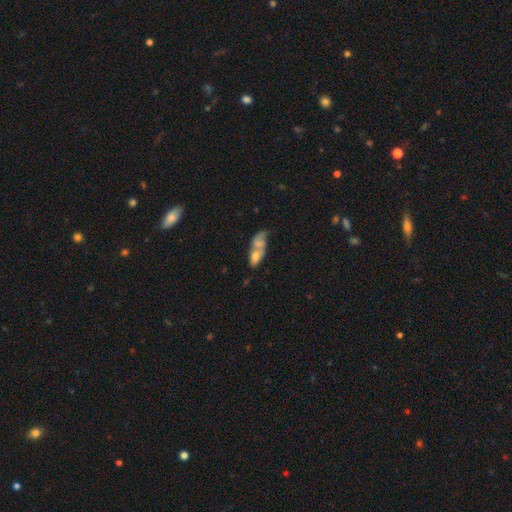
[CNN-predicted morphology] Overall: smooth (60%; featured or disk 32%). How rounded: in between (82%). Merging: merger (71%).